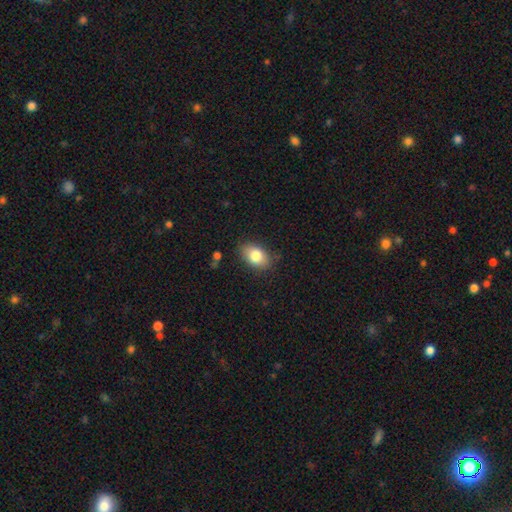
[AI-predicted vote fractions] Morphology: type=smooth (81%); roundness=in between (86%); merging=none (82%).